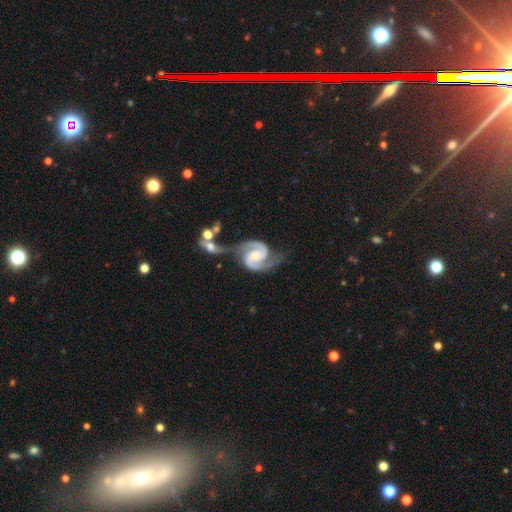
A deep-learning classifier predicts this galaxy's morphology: featured or disk 93%, star or artifact 4%, smooth 3%. Down the decision tree: edge-on disk — no (98%); bar — no (44%); spiral arms — yes (99%); spiral arm count — 2 (94%); spiral winding — medium (58%); bulge size — moderate (38%); merging — none (47%).